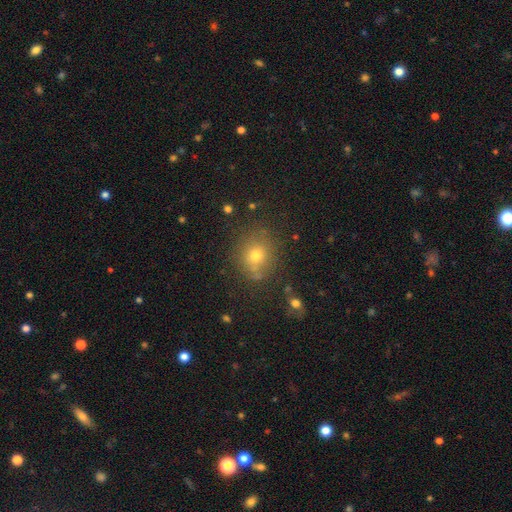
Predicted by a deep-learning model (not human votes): Smooth or featured: smooth — 71% (star or artifact — 17%)
How rounded: round — 72% (in between — 27%)
Merging: none — 74% (minor disturbance — 15%)